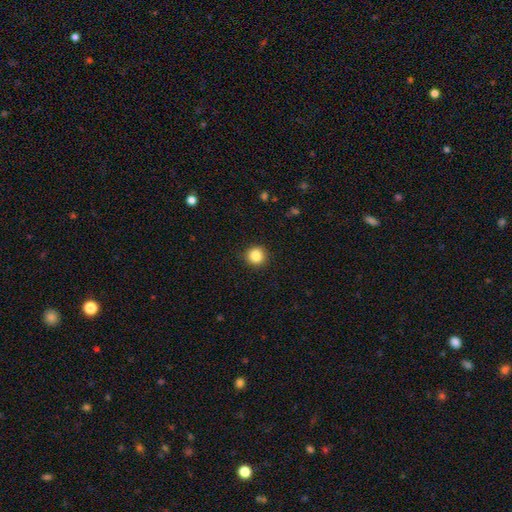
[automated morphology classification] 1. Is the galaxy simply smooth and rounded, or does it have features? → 87% smooth, 10% star or artifact, 4% featured or disk.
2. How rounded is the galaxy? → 91% round, 8% in between, 1% cigar-shaped.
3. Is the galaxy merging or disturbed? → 91% none, 7% minor disturbance, 2% major disturbance, 1% merger.